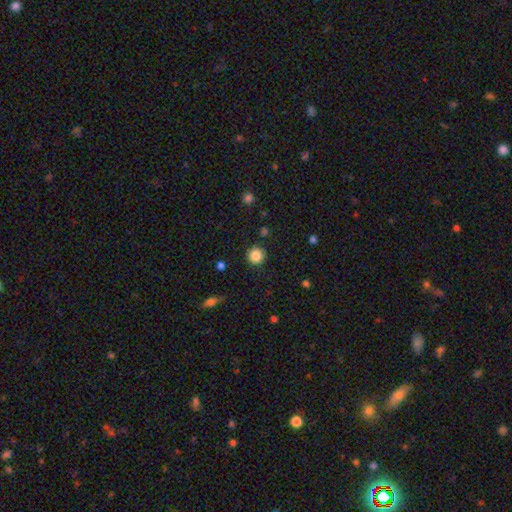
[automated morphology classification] smooth-or-featured: smooth: 85% | star or artifact: 10% | featured or disk: 5%
  how-rounded: round: 94% | in between: 5% | cigar-shaped: 1%
  merging: none: 90% | minor disturbance: 6% | major disturbance: 2% | merger: 2%